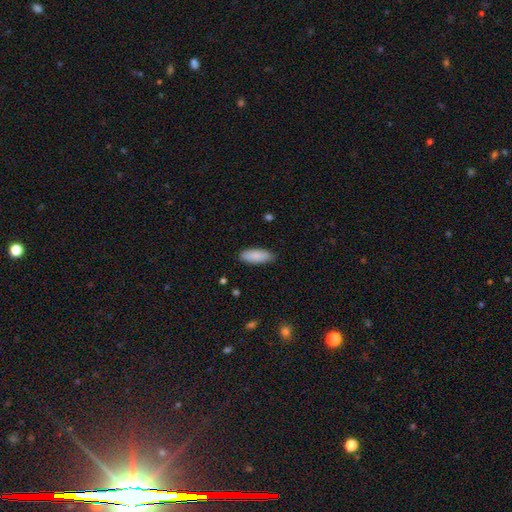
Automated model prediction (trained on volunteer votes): The model was most divided on "how rounded": in between: 76%, cigar-shaped: 22%, round: 2%. More confident: smooth or featured — smooth (86%); merging — none (85%).